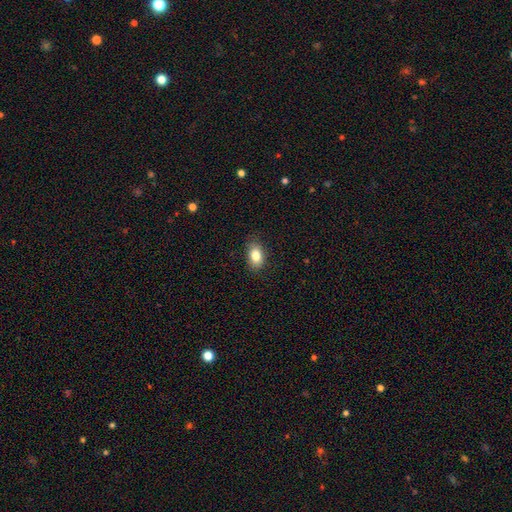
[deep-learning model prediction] This is clearly a smooth galaxy (83%). How rounded: clearly in between (88%). Merging: clearly none (84%).